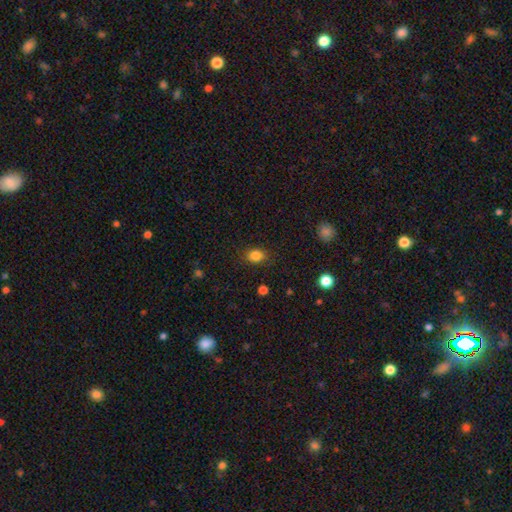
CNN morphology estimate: smooth_or_featured: smooth (p=0.84) [alt: star or artifact p=0.11]
how_rounded: in between (p=0.54) [alt: round p=0.44]
merging: none (p=0.85) [alt: minor disturbance p=0.11]